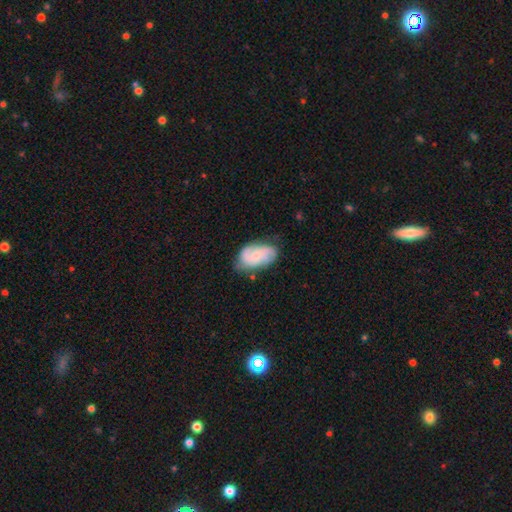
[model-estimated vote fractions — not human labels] This appears to be a featured or disk galaxy (62%) with no bar (57%), 2 (48%) medium (46%) spiral arms (92%) and a small central bulge (56%). Merging: none (64%).